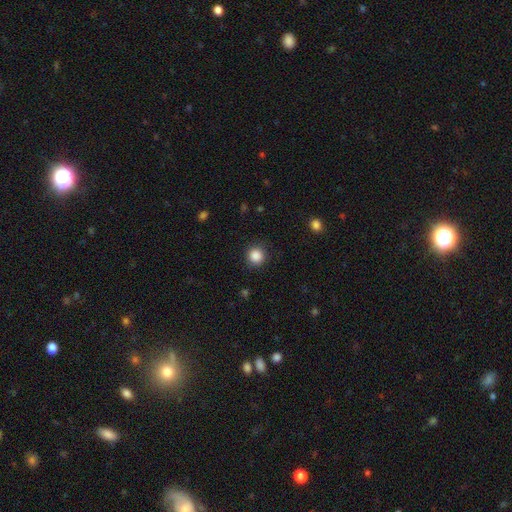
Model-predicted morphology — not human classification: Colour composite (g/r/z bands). It shows a smooth galaxy with no disk features (87%) that is round (94%). Merging: none (89%).